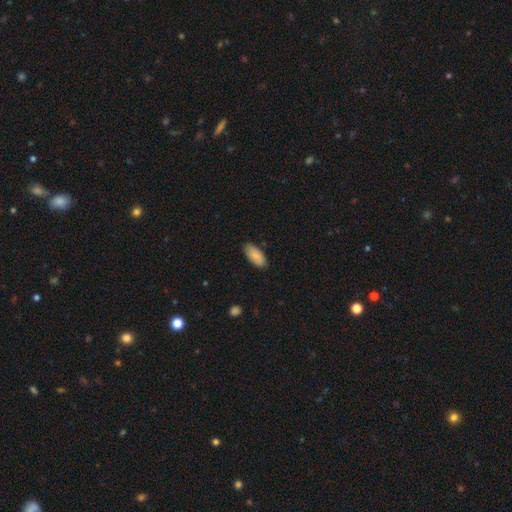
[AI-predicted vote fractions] This appears to be a smooth galaxy with no disk features (86%) that is in between round and cigar-shaped (93%). Merging: none (84%).